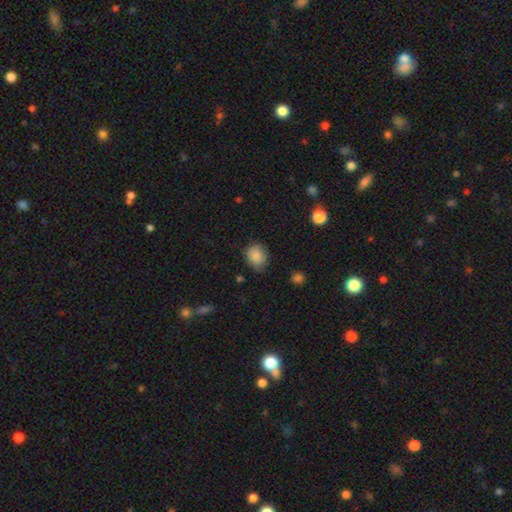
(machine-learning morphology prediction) A smooth galaxy with no disk features (87%) that is round (57%).

Vote fractions:
- Smooth or featured? smooth: 87% / star or artifact: 8% / featured or disk: 5%
- How rounded? round: 57% / in between: 43% / cigar-shaped: 1%
- Merging? none: 72% / minor disturbance: 23% / major disturbance: 4% / merger: 1%